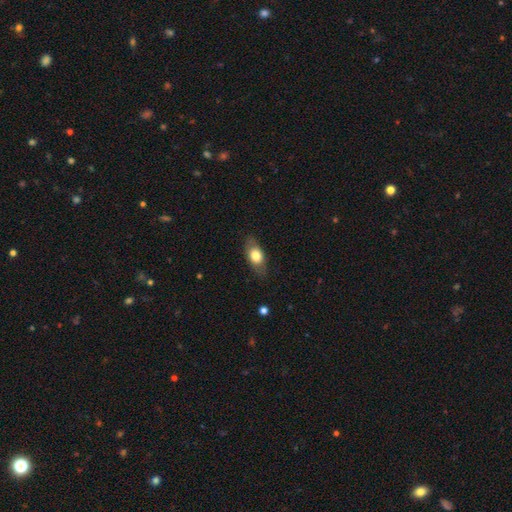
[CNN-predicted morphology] Q: Smooth or featured?
A: smooth (68%); runner-up: featured or disk (25%)
Q: How rounded?
A: in between (83%); runner-up: round (9%)
Q: Merging?
A: none (79%); runner-up: minor disturbance (15%)